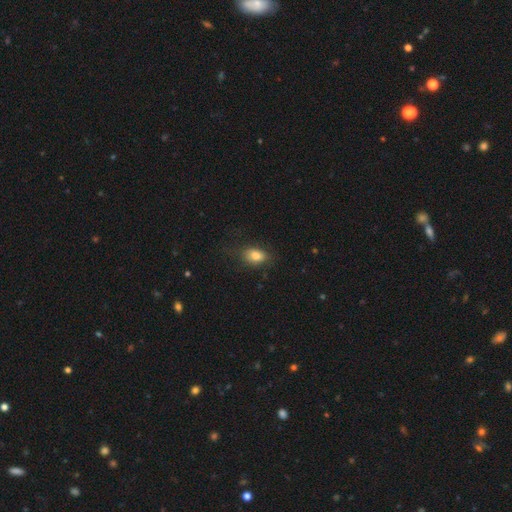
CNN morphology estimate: Smooth or featured? smooth (82%)
How rounded? in between (83%)
Merging? none (73%)